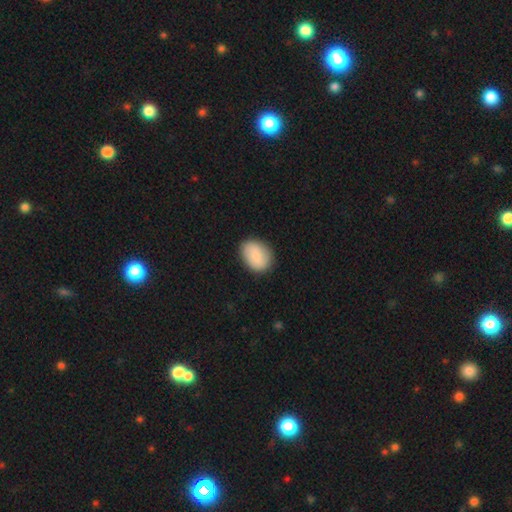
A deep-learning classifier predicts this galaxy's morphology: smooth 86%, featured or disk 7%, star or artifact 6%. Down the decision tree: how rounded — in between (73%); merging — none (84%).